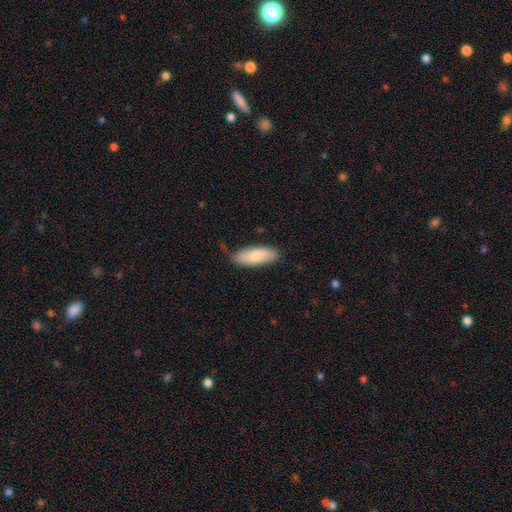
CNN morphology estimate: Smooth or featured: smooth — 82% (featured or disk — 12%)
How rounded: in between — 74% (cigar-shaped — 24%)
Merging: none — 78% (minor disturbance — 17%)